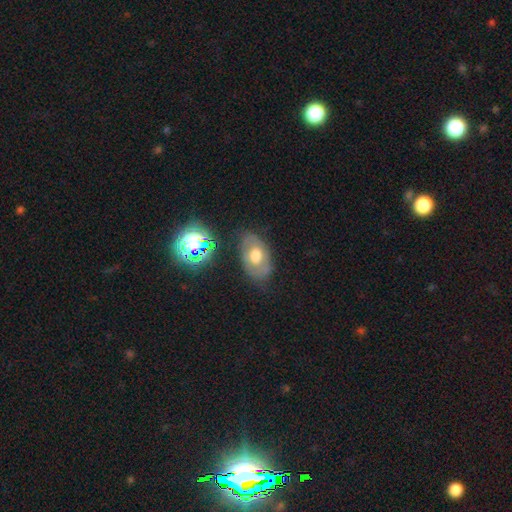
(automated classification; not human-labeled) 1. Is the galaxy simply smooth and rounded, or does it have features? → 47% smooth, 42% featured or disk, 11% star or artifact.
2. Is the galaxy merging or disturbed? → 74% none, 17% minor disturbance, 6% major disturbance, 2% merger.